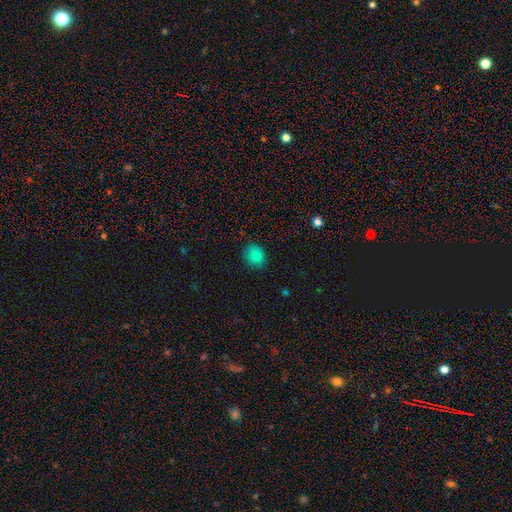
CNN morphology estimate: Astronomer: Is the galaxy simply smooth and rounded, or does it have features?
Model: smooth — 83%.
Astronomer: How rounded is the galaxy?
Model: round — 59% (runner-up: in between, 40%).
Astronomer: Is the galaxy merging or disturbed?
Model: none — 83%.